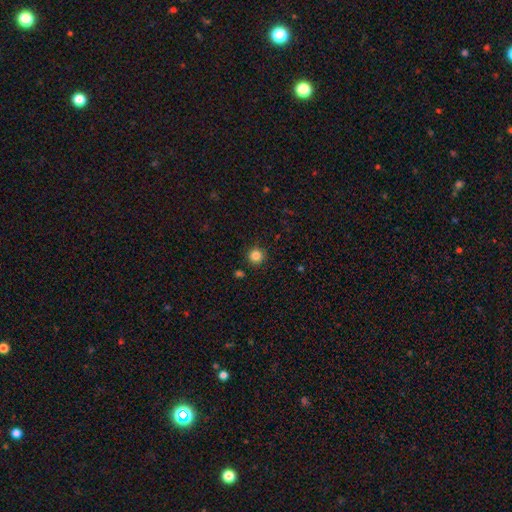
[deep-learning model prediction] smooth 84%, star or artifact 12%, featured or disk 5%. Down the decision tree: how rounded — round (95%); merging — none (89%).